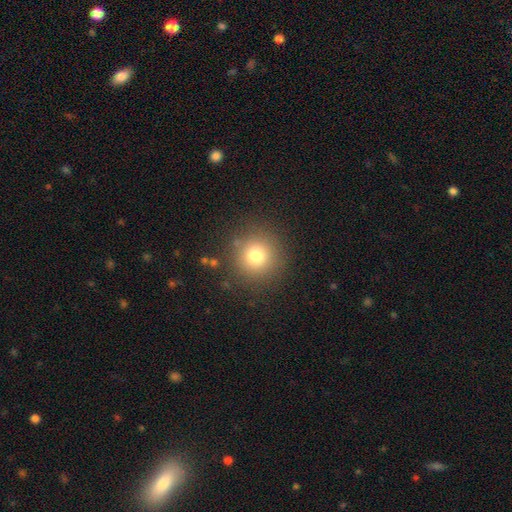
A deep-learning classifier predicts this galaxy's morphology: smooth 77%, star or artifact 15%, featured or disk 9%. Down the decision tree: how rounded — round (95%); merging — none (87%).